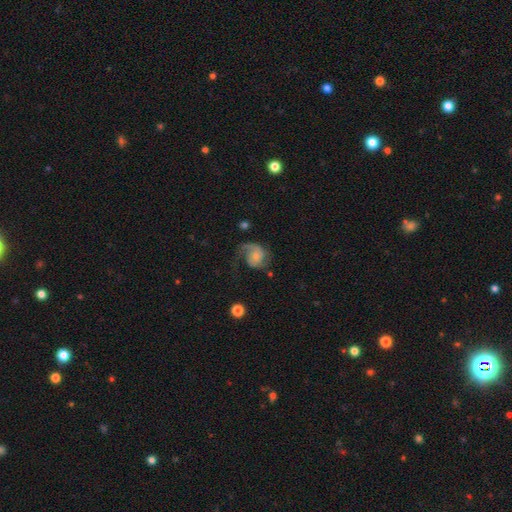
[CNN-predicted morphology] This appears to be a featured or disk galaxy (75%) with no bar (69%), 2 (46%) medium (41%) spiral arms (93%) and a small central bulge (55%). Merging: none (46%).